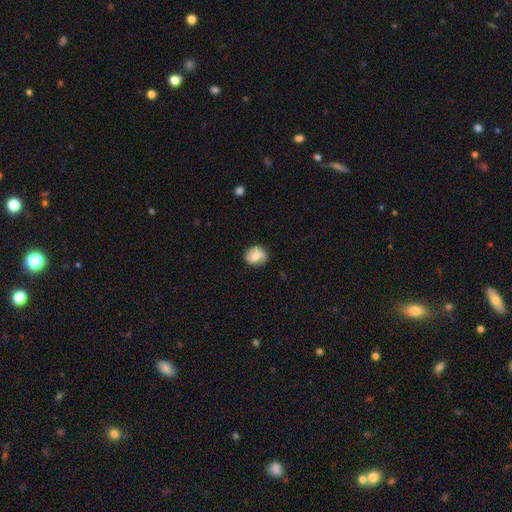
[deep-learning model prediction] Smooth or featured? Predicted: featured or disk (p=0.50). Merging? Predicted: none (p=0.82).